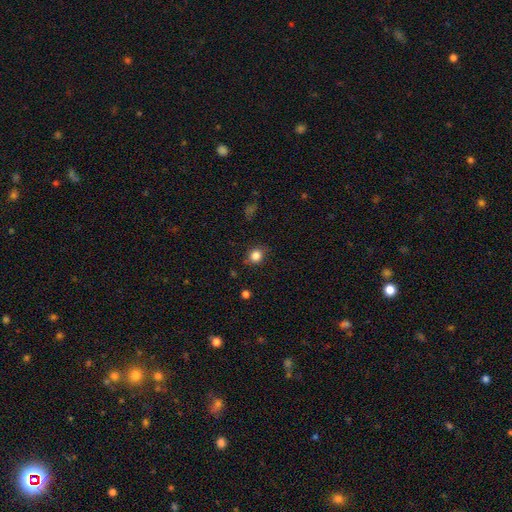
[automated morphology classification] type=smooth (83%); roundness=round (69%); merging=none (81%).